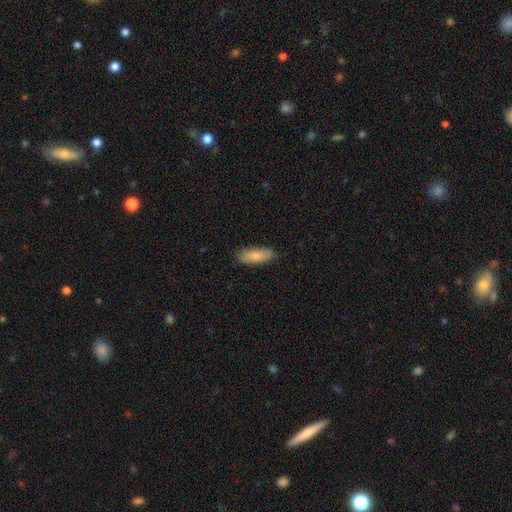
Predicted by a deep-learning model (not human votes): smooth_or_featured: smooth (p=0.85) [alt: featured or disk p=0.10]
how_rounded: in between (p=0.66) [alt: cigar-shaped p=0.33]
merging: none (p=0.85) [alt: minor disturbance p=0.12]